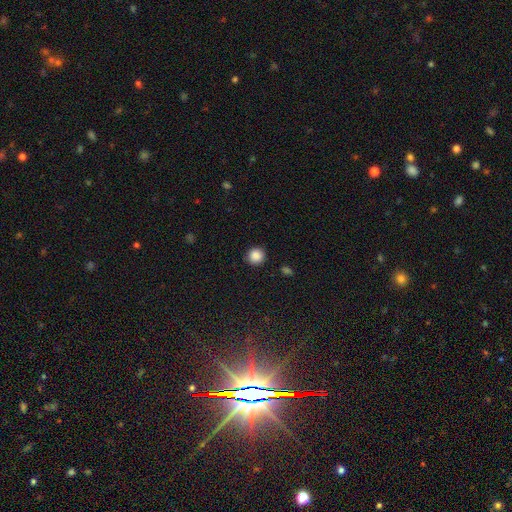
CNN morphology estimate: Smooth or featured: smooth — 87% (star or artifact — 10%)
How rounded: round — 93% (in between — 6%)
Merging: none — 90% (minor disturbance — 6%)